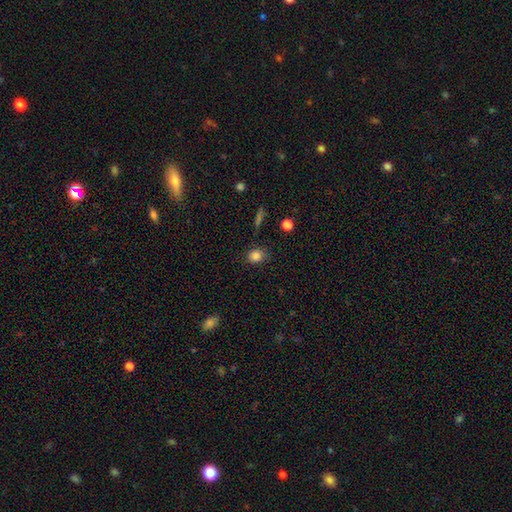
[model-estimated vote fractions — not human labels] Smooth or featured? Predicted: smooth (p=0.84). How rounded? Predicted: round (p=0.63). Merging? Predicted: none (p=0.82).